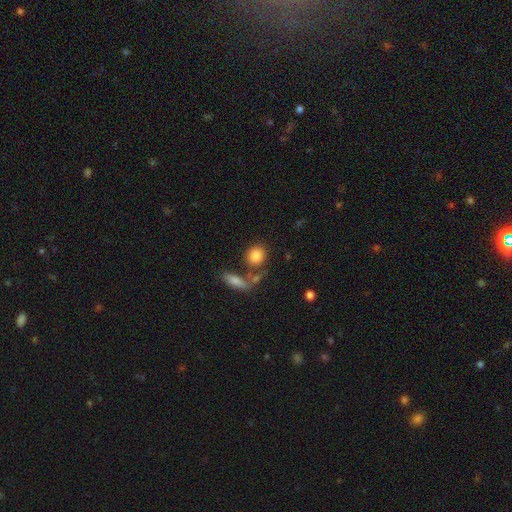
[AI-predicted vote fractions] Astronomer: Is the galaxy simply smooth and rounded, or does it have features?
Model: smooth — 85%.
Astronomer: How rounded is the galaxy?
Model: round — 72%.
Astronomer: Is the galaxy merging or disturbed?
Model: none — 63%.